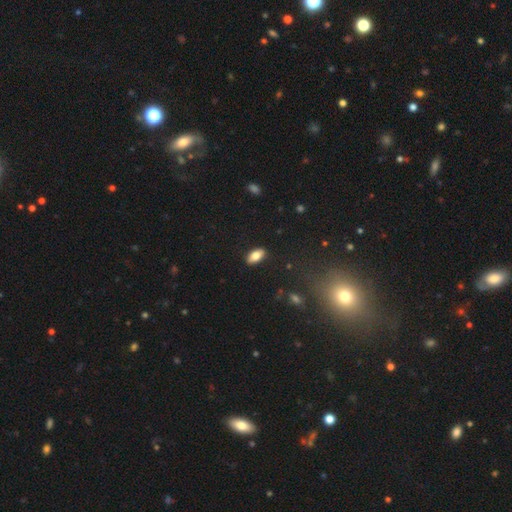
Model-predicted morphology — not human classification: Smooth or featured? Predicted: smooth (p=0.81). How rounded? Predicted: in between (p=0.90). Merging? Predicted: none (p=0.88).